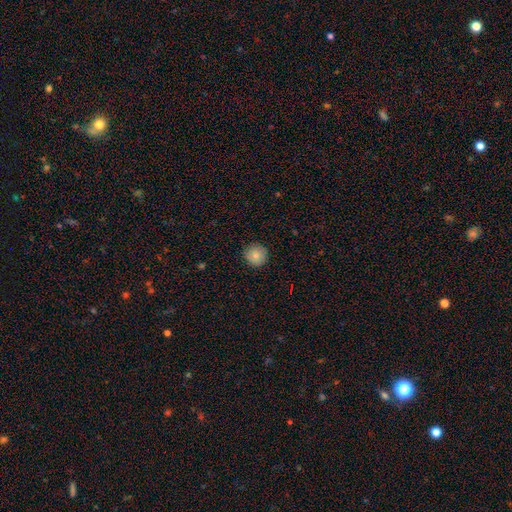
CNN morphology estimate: A smooth galaxy with no disk features (82%) that is round (96%).

Vote fractions:
- Smooth or featured? smooth: 82% / star or artifact: 9% / featured or disk: 9%
- How rounded? round: 96% / in between: 3% / cigar-shaped: 1%
- Merging? none: 91% / minor disturbance: 7% / major disturbance: 2% / merger: 1%